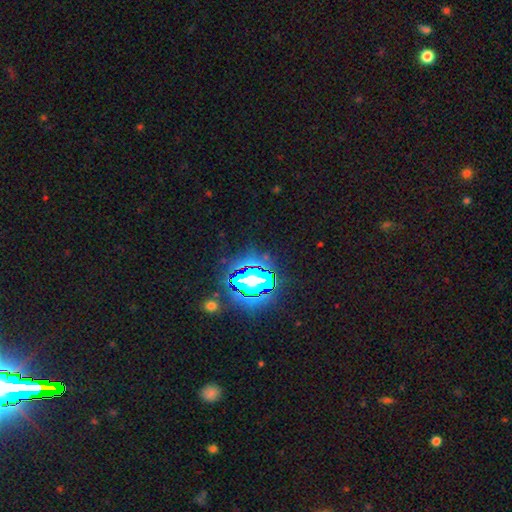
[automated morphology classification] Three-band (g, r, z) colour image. It shows a star or artifact, not a galaxy (83%).